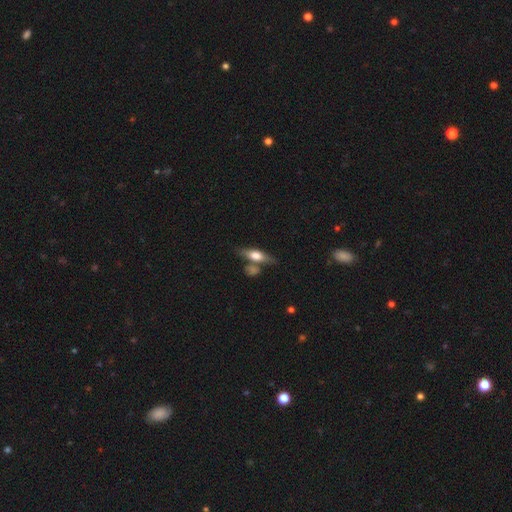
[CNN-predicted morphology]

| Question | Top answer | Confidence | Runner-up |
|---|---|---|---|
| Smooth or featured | smooth | 50% | featured or disk (43%) |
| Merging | none | 61% | merger (20%) |